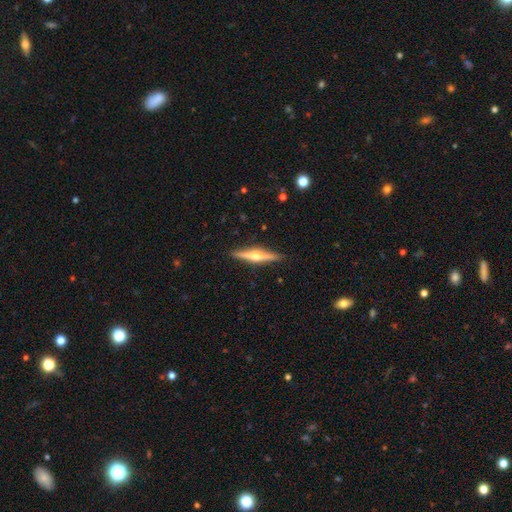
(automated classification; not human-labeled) Smooth or featured? Predicted: featured or disk (p=0.74). Edge-on disk? Predicted: yes (p=0.98). Edge-on bulge? Predicted: rounded (p=0.95). Merging? Predicted: none (p=0.91).